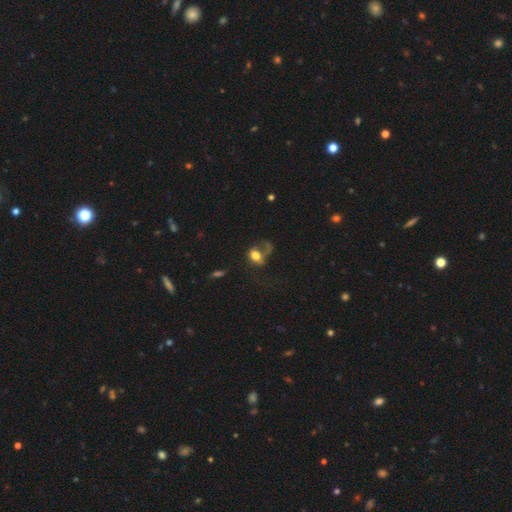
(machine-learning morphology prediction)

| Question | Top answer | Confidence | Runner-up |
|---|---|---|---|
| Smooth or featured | smooth | 65% | featured or disk (24%) |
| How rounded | in between | 61% | round (38%) |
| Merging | major disturbance | 49% | none (24%) |